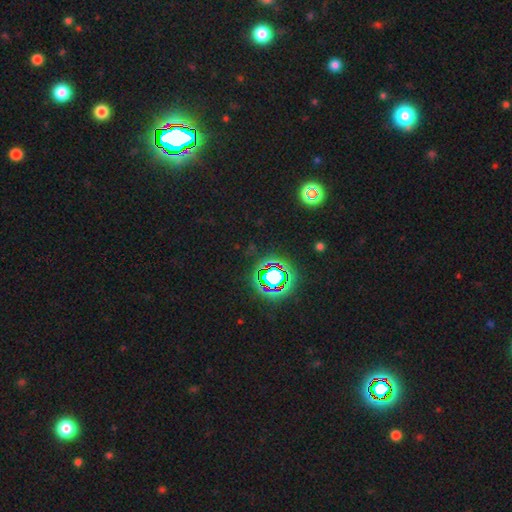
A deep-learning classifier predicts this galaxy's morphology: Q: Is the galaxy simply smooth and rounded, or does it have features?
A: star or artifact — 79%.